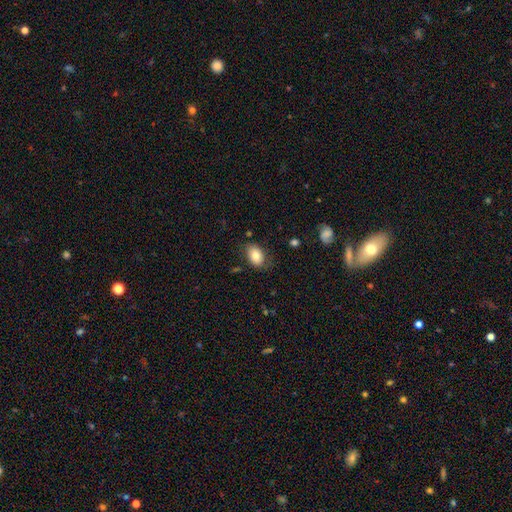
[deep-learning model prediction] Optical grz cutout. It shows a smooth galaxy with no disk features (79%) that is in between round and cigar-shaped (86%). Merging: none (71%).